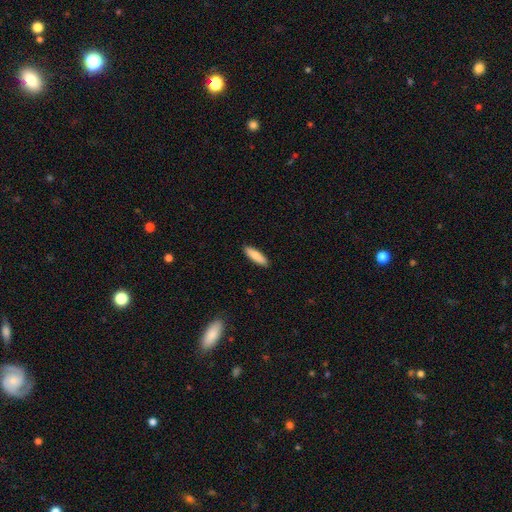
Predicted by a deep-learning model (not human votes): Morphology: type=smooth (84%); roundness=cigar-shaped (60%); merging=none (90%).